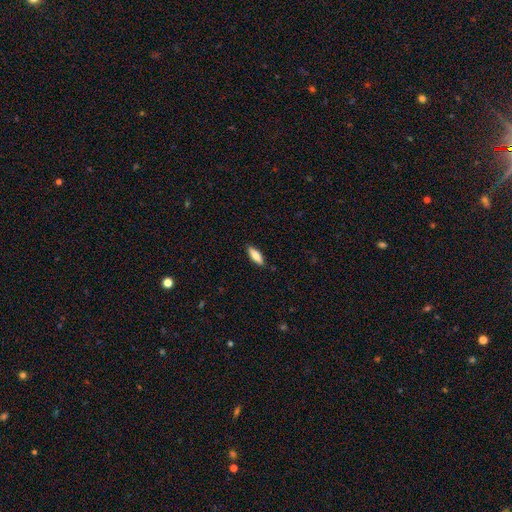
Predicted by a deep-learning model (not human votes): smooth-or-featured: smooth: 81% | featured or disk: 13% | star or artifact: 6%
  how-rounded: in between: 58% | cigar-shaped: 40% | round: 2%
  merging: none: 89% | minor disturbance: 8% | major disturbance: 2% | merger: 1%